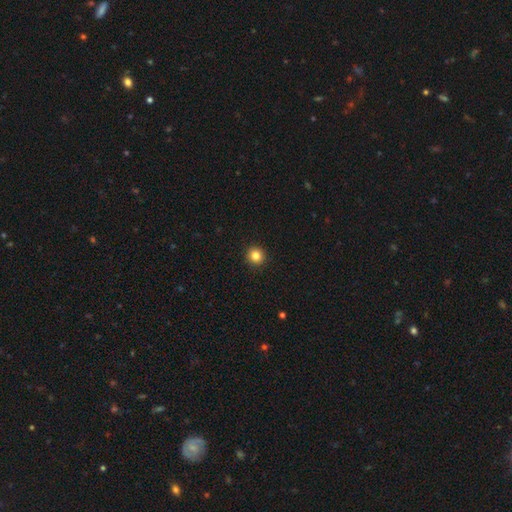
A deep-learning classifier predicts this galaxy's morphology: type=smooth (83%); roundness=round (95%); merging=none (93%).